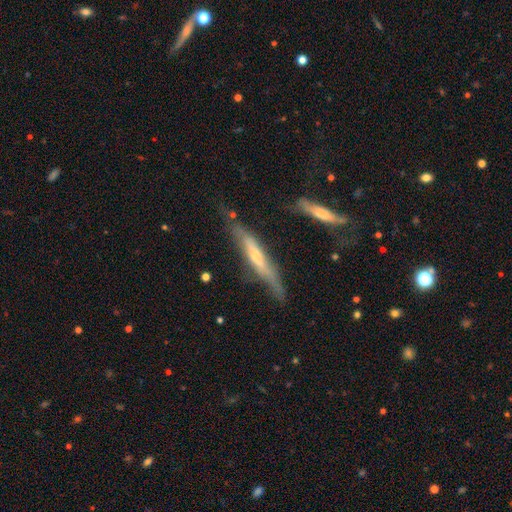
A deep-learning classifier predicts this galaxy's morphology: Smooth or featured: featured or disk — 64% (smooth — 30%)
Edge-on disk: yes — 86% (no — 14%)
Edge-on bulge: rounded — 60% (none — 30%)
Merging: none — 59% (minor disturbance — 26%)